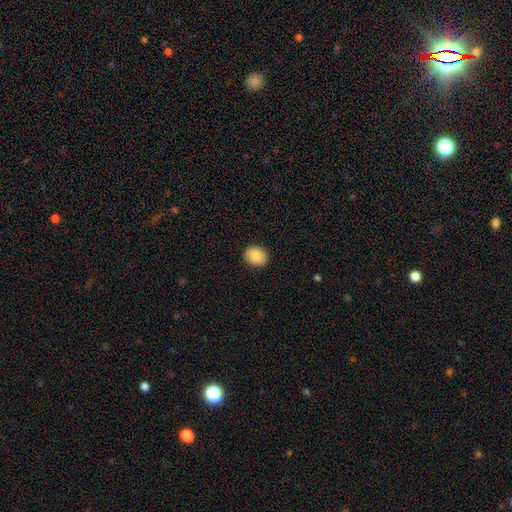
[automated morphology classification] type=smooth (83%); roundness=round (56%); merging=none (90%).